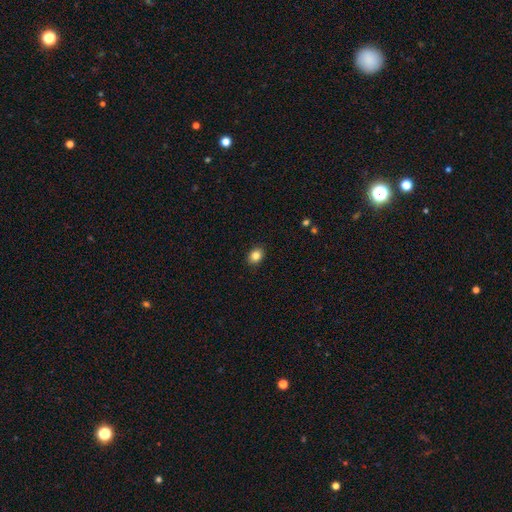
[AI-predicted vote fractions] This is clearly a smooth galaxy (84%). How rounded: possibly in between (54%). Merging: clearly none (90%).